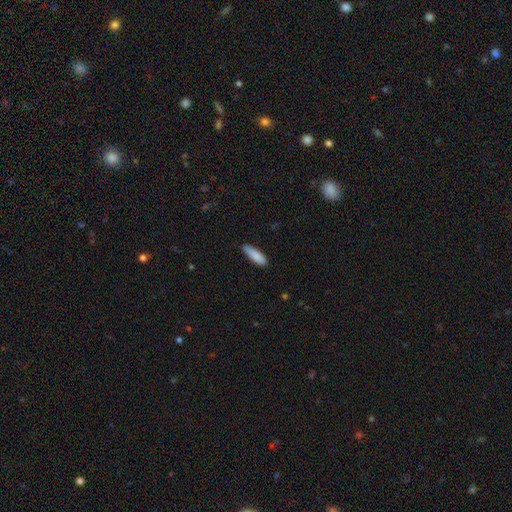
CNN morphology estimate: This appears to be a smooth galaxy with no disk features (87%) that is cigar-shaped (52%). Merging: none (77%).